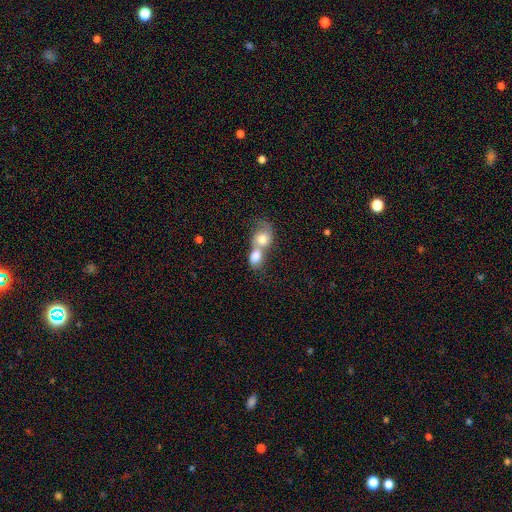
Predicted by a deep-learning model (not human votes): A smooth galaxy with no disk features (74%) that is in between round and cigar-shaped (52%). Merging: merger (81%).